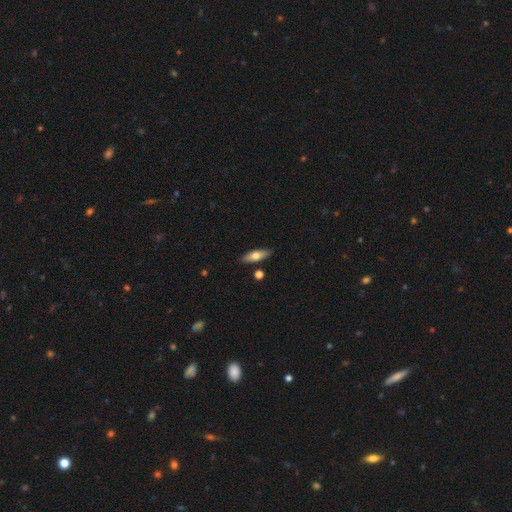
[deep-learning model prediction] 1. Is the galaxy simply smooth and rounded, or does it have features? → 68% smooth, 25% featured or disk, 7% star or artifact.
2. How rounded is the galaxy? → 54% in between, 43% cigar-shaped, 3% round.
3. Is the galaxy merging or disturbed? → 86% none, 9% minor disturbance, 3% merger, 2% major disturbance.